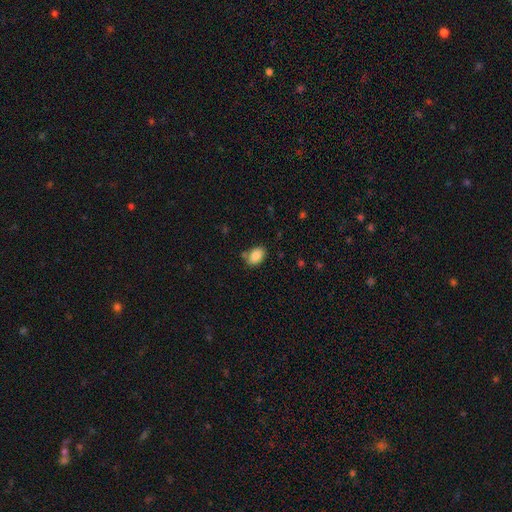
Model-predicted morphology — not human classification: Smooth or featured: smooth — 87% (star or artifact — 8%)
How rounded: in between — 83% (round — 16%)
Merging: none — 75% (minor disturbance — 15%)